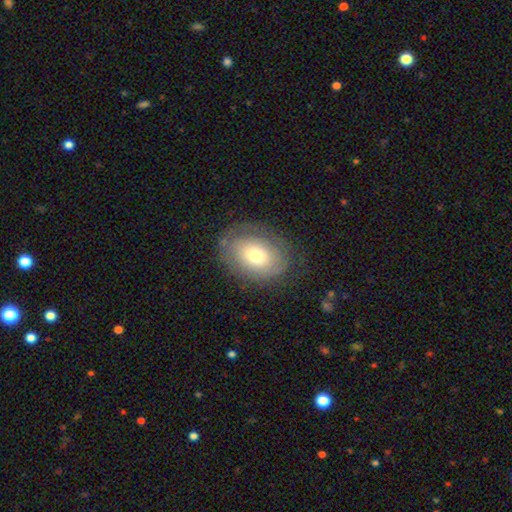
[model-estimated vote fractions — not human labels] smooth_or_featured: smooth (p=0.60) [alt: featured or disk p=0.31]
how_rounded: in between (p=0.73) [alt: round p=0.26]
merging: none (p=0.75) [alt: minor disturbance p=0.17]